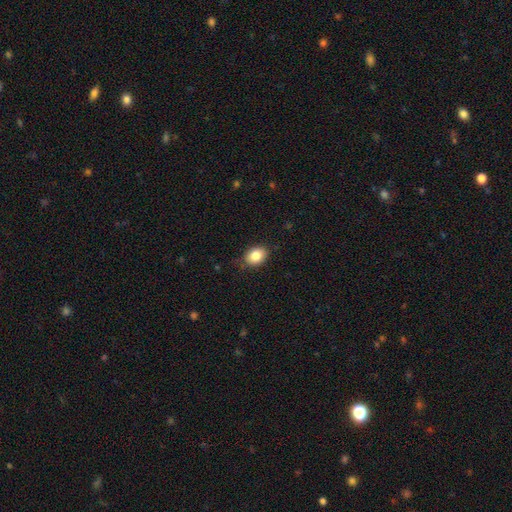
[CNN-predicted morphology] smooth 84%, star or artifact 8%, featured or disk 7%. Down the decision tree: how rounded — in between (68%); merging — none (80%).